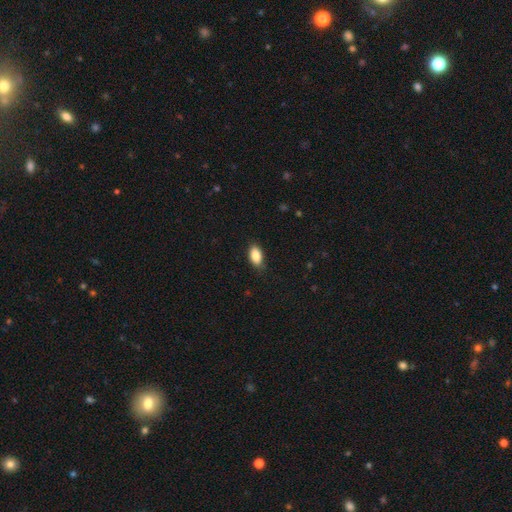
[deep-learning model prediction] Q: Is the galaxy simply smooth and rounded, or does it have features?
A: smooth — 86%.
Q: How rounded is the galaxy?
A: in between — 91%.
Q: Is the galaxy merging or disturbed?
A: none — 84%.